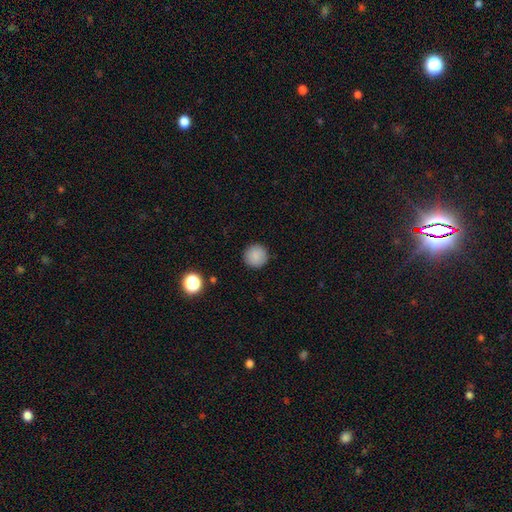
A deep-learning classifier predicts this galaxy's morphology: Smooth or featured? smooth (87%)
How rounded? round (96%)
Merging? none (92%)